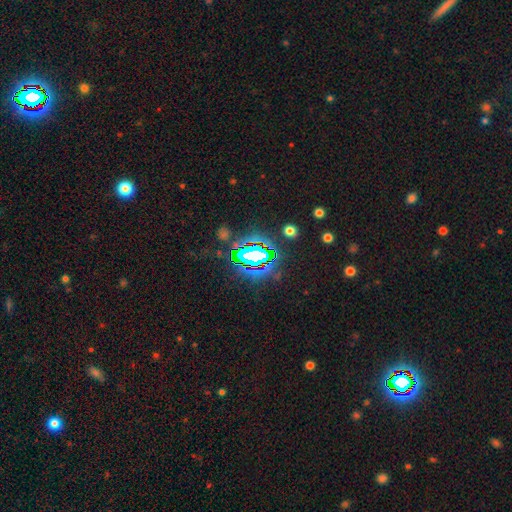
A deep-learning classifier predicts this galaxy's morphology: This is likely a star or artifact rather than a galaxy (68%).